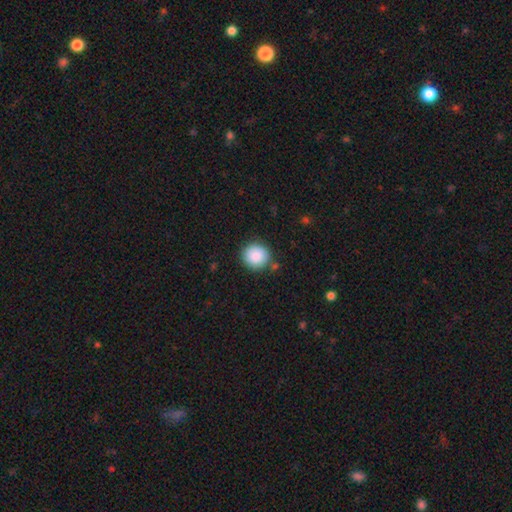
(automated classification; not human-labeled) Smooth or featured? Predicted: smooth (p=0.89). How rounded? Predicted: round (p=0.90). Merging? Predicted: none (p=0.86).